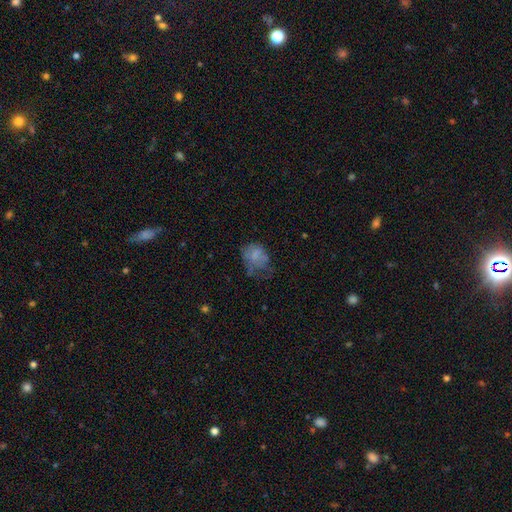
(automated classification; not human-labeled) Morphology: type=smooth (62%); roundness=in between (60%); merging=major disturbance (40%).